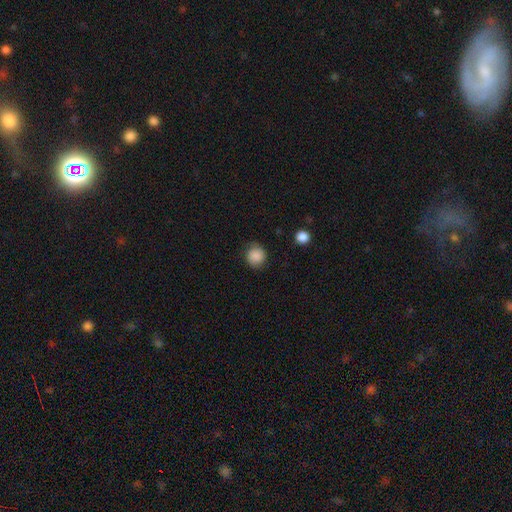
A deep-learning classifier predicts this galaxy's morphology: This appears to be a smooth galaxy with no disk features (86%) that is round (88%). Merging: none (79%).